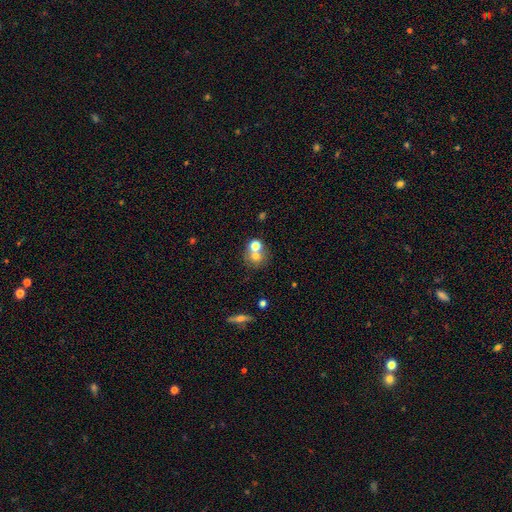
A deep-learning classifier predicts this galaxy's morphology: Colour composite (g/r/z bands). It shows a smooth galaxy with no disk features (66%) that is round (82%). Merging: none (44%, tied with merger).